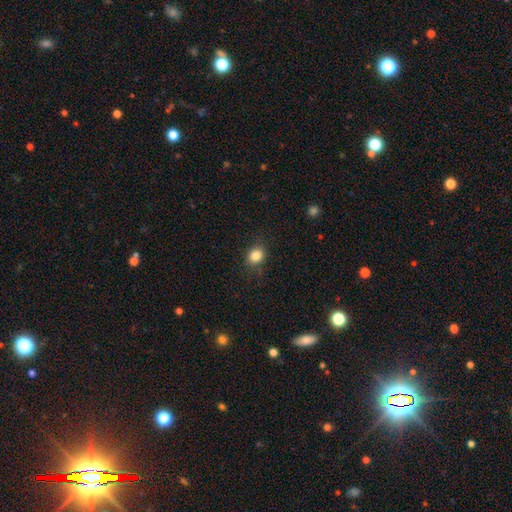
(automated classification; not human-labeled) This appears to be a smooth galaxy with no disk features (84%) that is round (67%). Merging: none (82%).